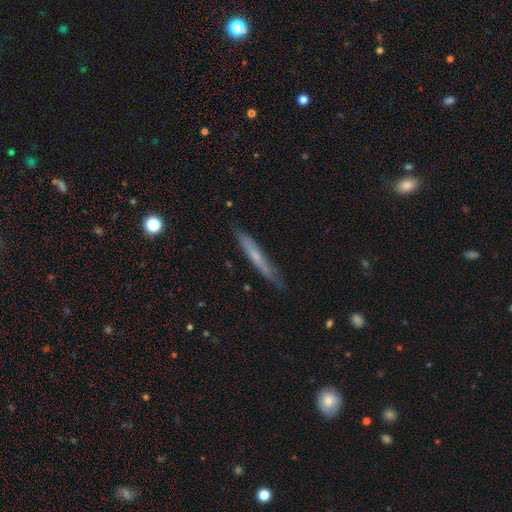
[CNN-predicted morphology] A featured or disk galaxy (47%). Merging: none (82%).